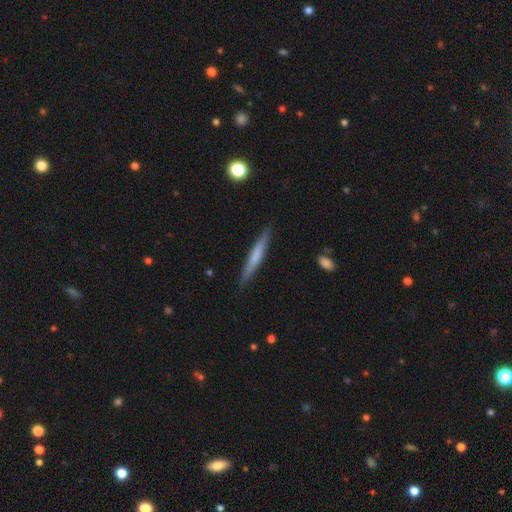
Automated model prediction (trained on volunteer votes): Smooth or featured: smooth — 56% (featured or disk — 38%)
How rounded: cigar-shaped — 95% (in between — 4%)
Merging: none — 88% (minor disturbance — 9%)